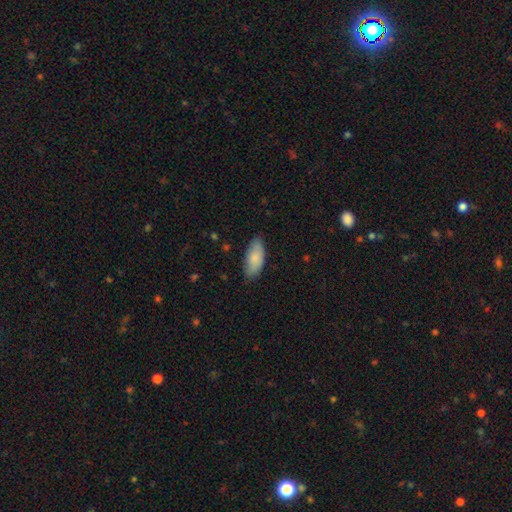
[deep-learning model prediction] Smooth or featured? smooth (83%)
How rounded? in between (89%)
Merging? none (75%)